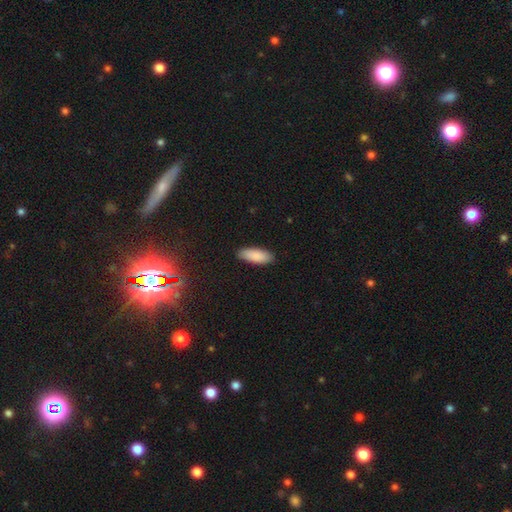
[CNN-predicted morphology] The model was most divided on "how rounded": in between: 73%, cigar-shaped: 26%, round: 2%. More confident: merging — none (89%); smooth or featured — smooth (89%).